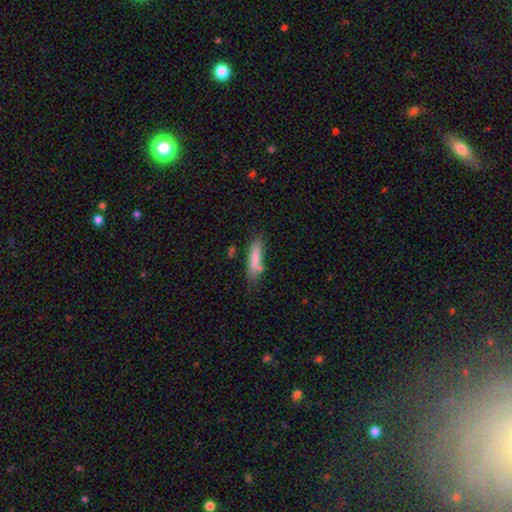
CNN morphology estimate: A smooth galaxy with no disk features (80%) that is cigar-shaped (79%).

Vote fractions:
- Smooth or featured? smooth: 80% / featured or disk: 13% / star or artifact: 7%
- How rounded? cigar-shaped: 79% / in between: 20% / round: 2%
- Merging? none: 73% / minor disturbance: 18% / merger: 5% / major disturbance: 4%